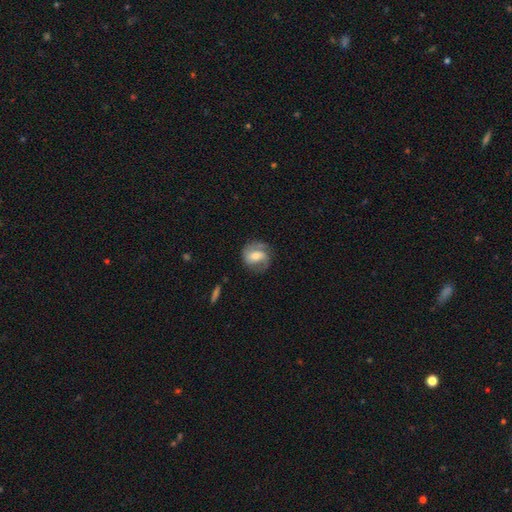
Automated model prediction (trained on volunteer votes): Smooth or featured? featured or disk (66%)
Edge-on disk? no (97%)
Bar? weak (44%)
Spiral arms? yes (89%)
Spiral winding? medium (46%)
Spiral arm count? 2 (75%)
Bulge size? moderate (56%)
Merging? none (69%)